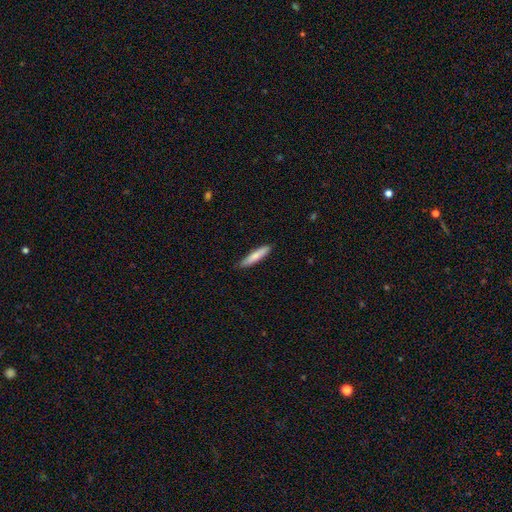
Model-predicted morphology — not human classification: Q: Smooth or featured?
A: smooth (78%); runner-up: featured or disk (17%)
Q: How rounded?
A: cigar-shaped (87%); runner-up: in between (11%)
Q: Merging?
A: none (87%); runner-up: minor disturbance (10%)